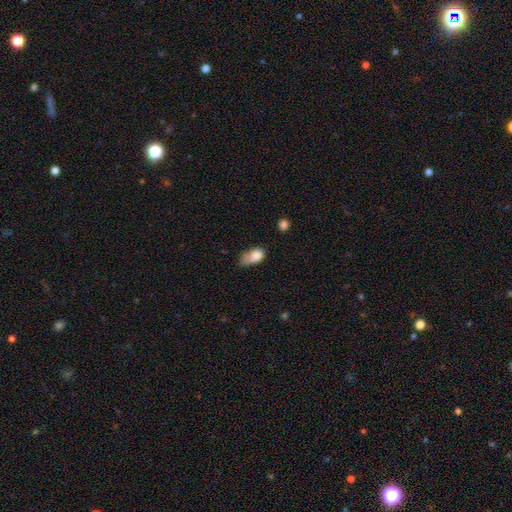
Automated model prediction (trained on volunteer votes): smooth_or_featured: smooth (p=0.78) [alt: featured or disk p=0.13]
how_rounded: in between (p=0.84) [alt: round p=0.13]
merging: minor disturbance (p=0.37) [alt: major disturbance p=0.29]